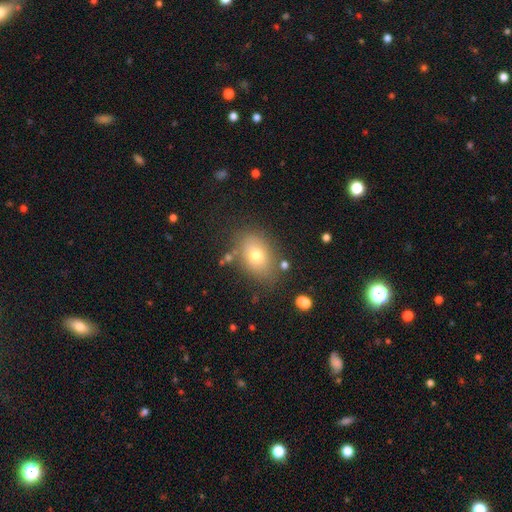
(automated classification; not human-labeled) Smooth or featured: smooth — 72% (featured or disk — 16%)
How rounded: in between — 74% (round — 24%)
Merging: none — 77% (minor disturbance — 14%)